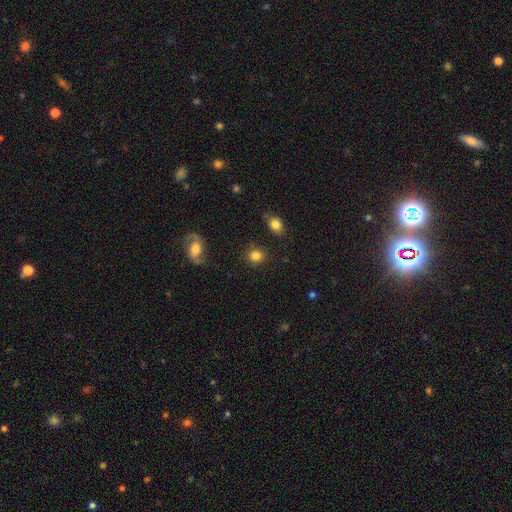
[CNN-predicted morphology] Smooth or featured? smooth (83%)
How rounded? round (81%)
Merging? none (85%)